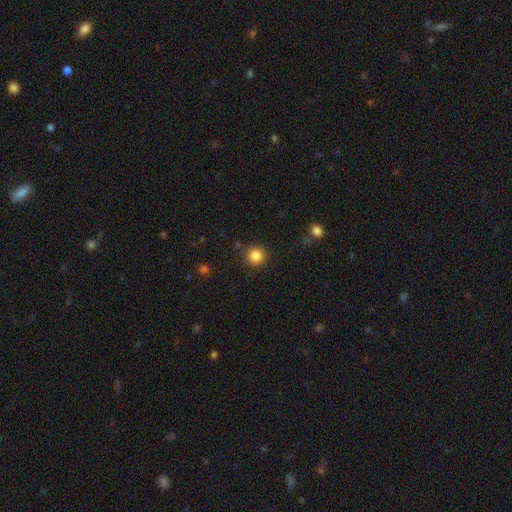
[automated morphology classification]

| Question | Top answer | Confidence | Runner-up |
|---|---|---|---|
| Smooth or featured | smooth | 84% | star or artifact (11%) |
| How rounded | round | 94% | in between (5%) |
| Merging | none | 89% | minor disturbance (7%) |